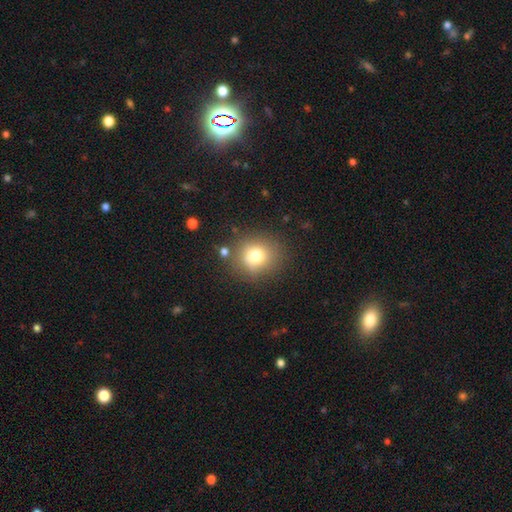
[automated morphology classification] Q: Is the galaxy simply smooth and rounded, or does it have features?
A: smooth — 75%.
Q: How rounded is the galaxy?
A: round — 84%.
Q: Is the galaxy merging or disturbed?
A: none — 80%.